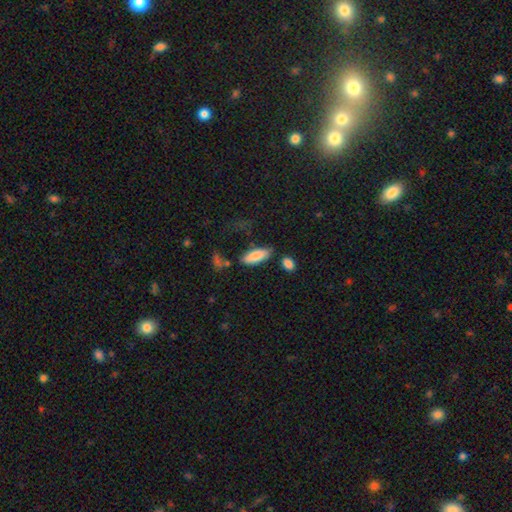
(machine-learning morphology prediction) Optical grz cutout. It shows a smooth galaxy with no disk features (86%) that is in between round and cigar-shaped (72%). Merging: none (72%).